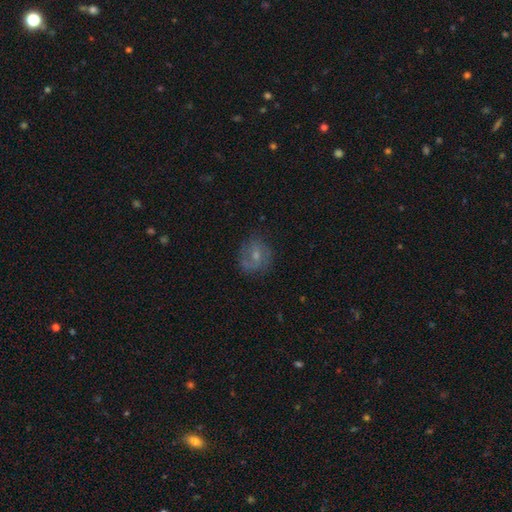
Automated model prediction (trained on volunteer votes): A featured or disk galaxy (47%). Merging: none (68%).